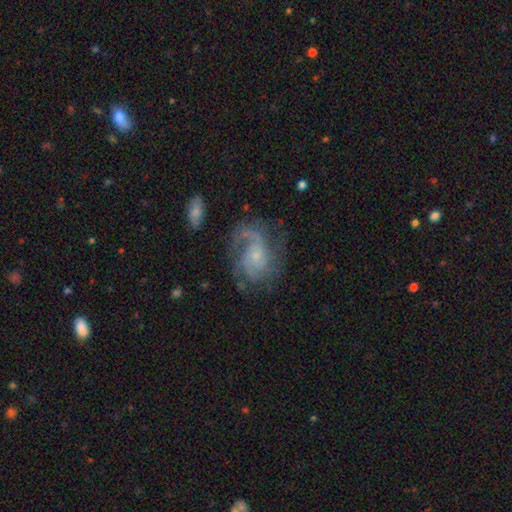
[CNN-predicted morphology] A featured or disk galaxy (84%) with no bar (69%), 2 (36%) medium (45%) spiral arms (95%) and a small central bulge (74%). Merging: none (60%).